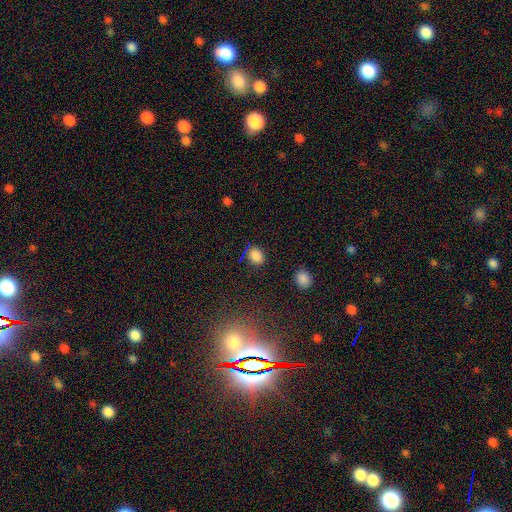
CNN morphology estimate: Smooth or featured? smooth (84%)
How rounded? in between (60%)
Merging? none (81%)